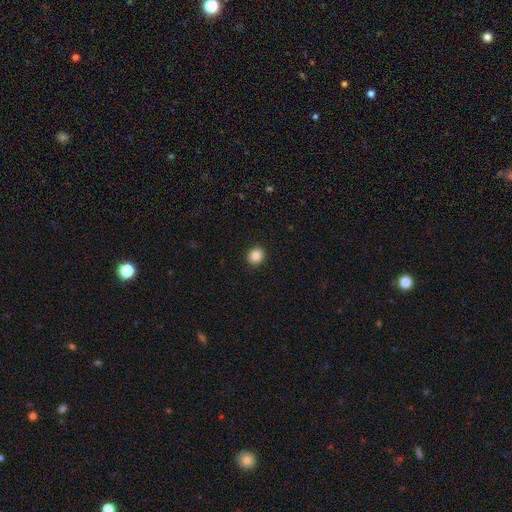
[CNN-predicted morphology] smooth_or_featured: smooth (p=0.84) [alt: star or artifact p=0.10]
how_rounded: round (p=0.77) [alt: in between p=0.22]
merging: none (p=0.92) [alt: minor disturbance p=0.05]